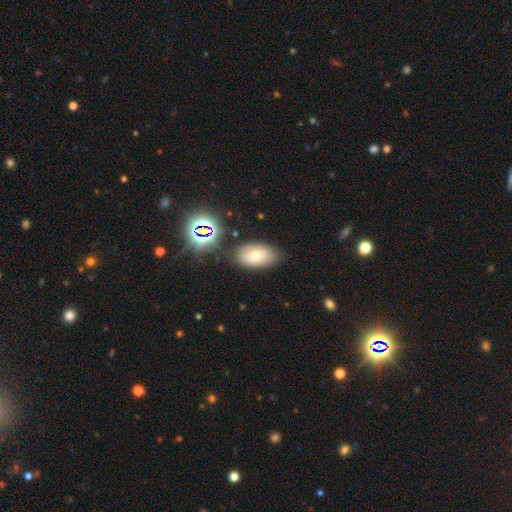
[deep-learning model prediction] This appears to be a smooth galaxy with no disk features (61%) that is in between round and cigar-shaped (90%). Merging: none (78%).